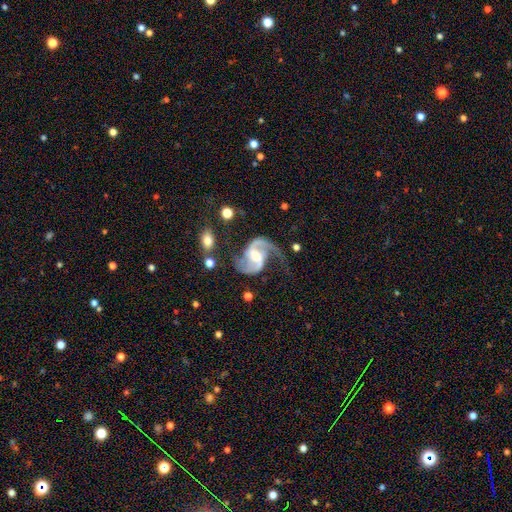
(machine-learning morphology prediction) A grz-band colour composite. It shows a featured or disk galaxy (92%) with a weak bar (46%), 2 (92%) medium (47%) spiral arms (98%) and a moderate central bulge (55%). Merging: none (60%).